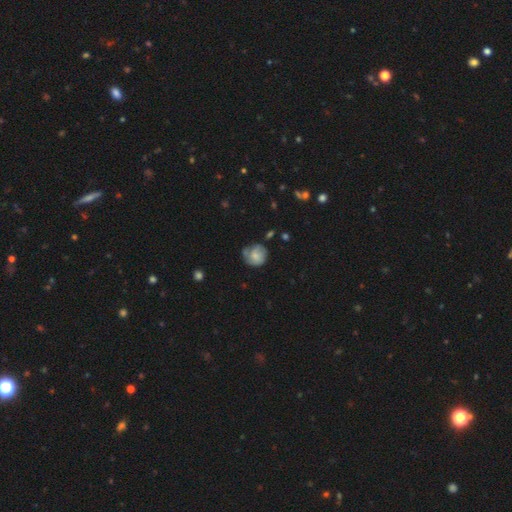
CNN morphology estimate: smooth_or_featured: smooth (p=0.53) [alt: featured or disk p=0.39]
how_rounded: round (p=0.81) [alt: in between p=0.18]
merging: none (p=0.54) [alt: minor disturbance p=0.29]